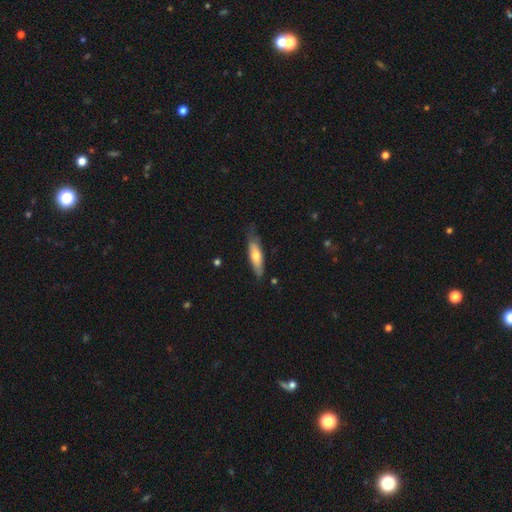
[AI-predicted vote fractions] Overall: smooth (62%; featured or disk 33%). How rounded: cigar-shaped (59%; in between 39%). Merging: none (65%; minor disturbance 27%).